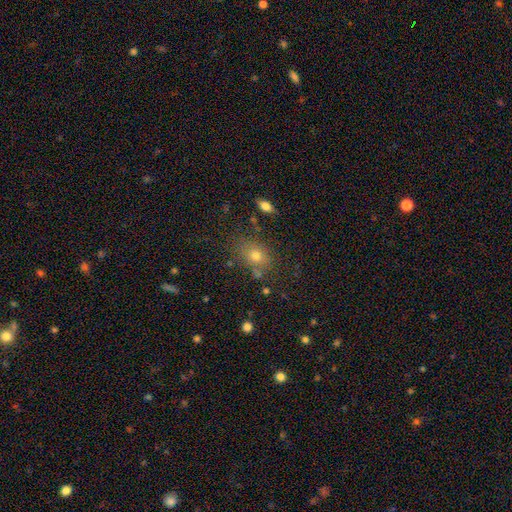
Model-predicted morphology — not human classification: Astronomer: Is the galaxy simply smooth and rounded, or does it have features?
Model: smooth — 70%.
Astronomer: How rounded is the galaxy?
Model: in between — 53% (runner-up: round, 46%).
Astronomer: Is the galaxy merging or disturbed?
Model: none — 75%.